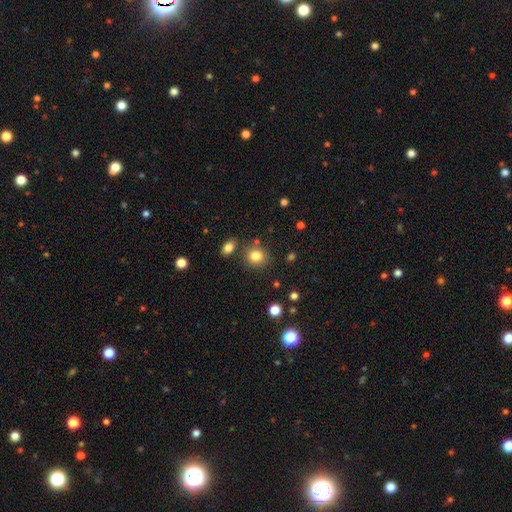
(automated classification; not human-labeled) Smooth or featured? Predicted: smooth (p=0.83). How rounded? Predicted: round (p=0.78). Merging? Predicted: none (p=0.79).